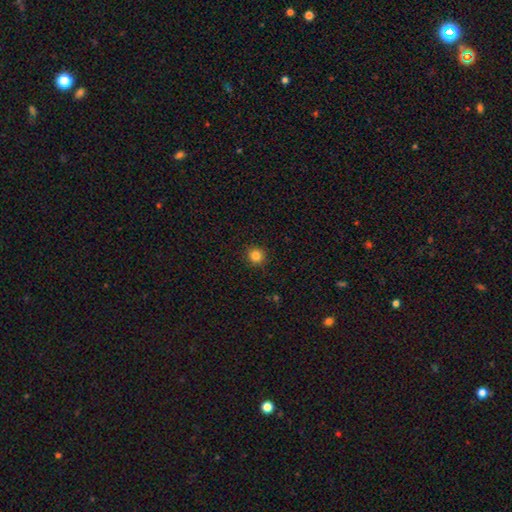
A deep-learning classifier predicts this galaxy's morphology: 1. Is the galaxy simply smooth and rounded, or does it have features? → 84% smooth, 12% star or artifact, 5% featured or disk.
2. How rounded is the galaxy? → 92% round, 7% in between, 1% cigar-shaped.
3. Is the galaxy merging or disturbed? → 91% none, 6% minor disturbance, 2% major disturbance, 1% merger.